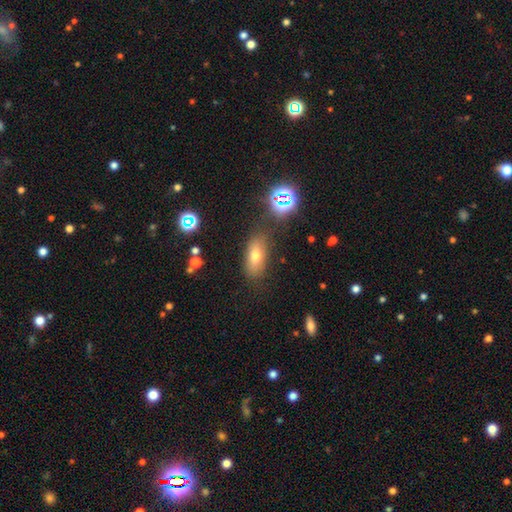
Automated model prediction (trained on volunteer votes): A smooth galaxy with no disk features (66%) that is in between round and cigar-shaped (81%). Merging: none (75%).